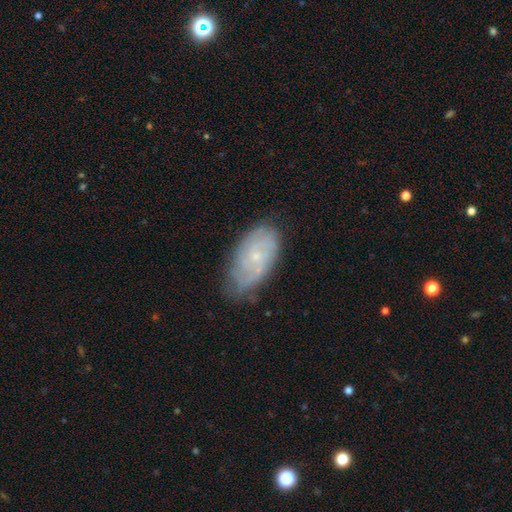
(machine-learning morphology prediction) Smooth or featured: featured or disk — 69% (smooth — 24%)
Edge-on disk: no — 95% (yes — 5%)
Bar: no — 72% (weak — 24%)
Spiral arms: yes — 88% (no — 12%)
Spiral winding: tight — 57% (medium — 32%)
Spiral arm count: can't tell — 48% (2 — 20%)
Bulge size: small — 79% (moderate — 15%)
Merging: none — 71% (minor disturbance — 22%)